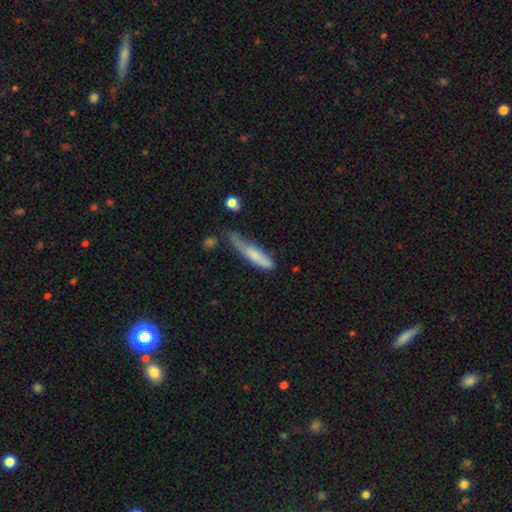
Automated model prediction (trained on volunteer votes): Overall: smooth (69%). How rounded: cigar-shaped (81%). Merging: minor disturbance (39%; none 35%).